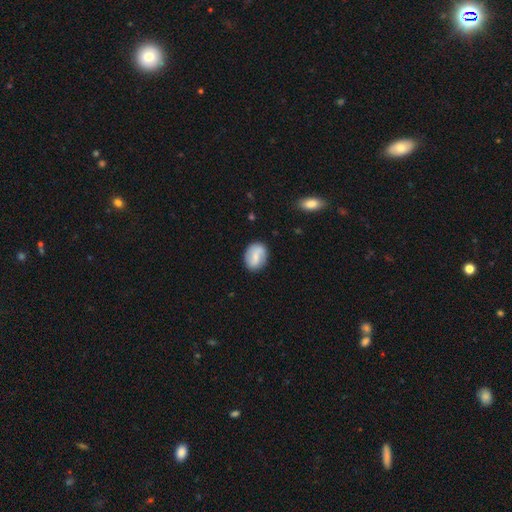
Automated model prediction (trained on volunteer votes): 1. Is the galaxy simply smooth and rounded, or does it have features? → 52% smooth, 41% featured or disk, 7% star or artifact.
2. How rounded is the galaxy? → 64% in between, 34% round, 2% cigar-shaped.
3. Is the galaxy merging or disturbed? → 78% none, 16% minor disturbance, 5% major disturbance, 2% merger.